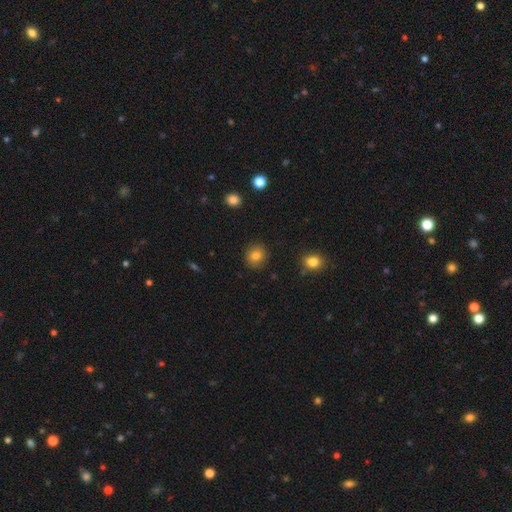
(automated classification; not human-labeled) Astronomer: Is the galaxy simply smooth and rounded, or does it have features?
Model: smooth — 81%.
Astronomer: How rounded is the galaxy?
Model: round — 87%.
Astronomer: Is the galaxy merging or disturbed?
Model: none — 89%.